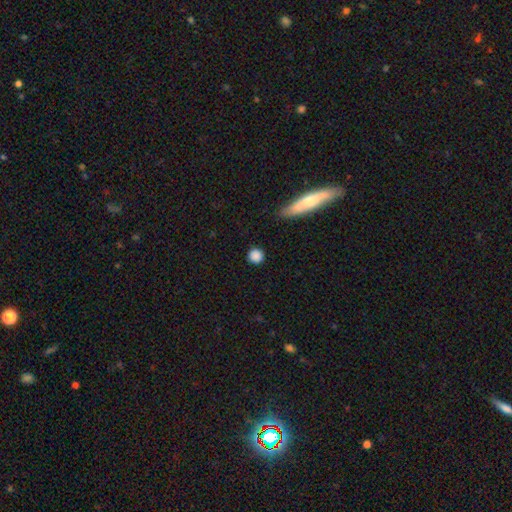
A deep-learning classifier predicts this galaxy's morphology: The model was most divided on "smooth or featured": smooth: 87%, star or artifact: 9%, featured or disk: 4%. More confident: how rounded — round (94%); merging — none (89%).